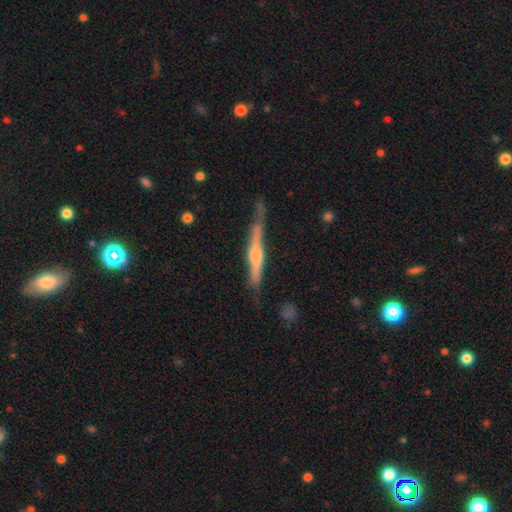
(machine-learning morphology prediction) A featured or disk galaxy (70%) viewed edge-on (95%) with a rounded central bulge (61%). Merging: none (62%).